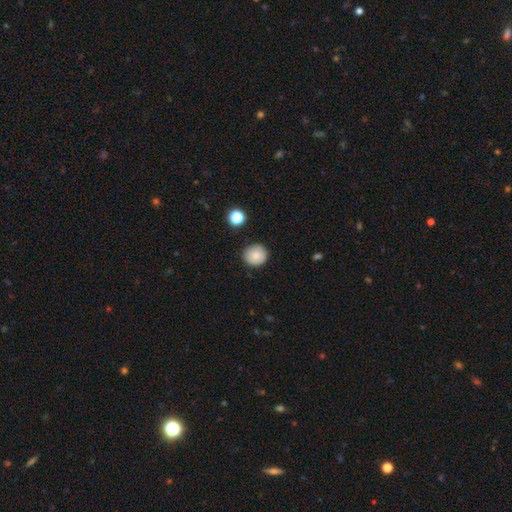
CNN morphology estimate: smooth 85%, star or artifact 9%, featured or disk 6%. Down the decision tree: how rounded — round (92%); merging — none (89%).